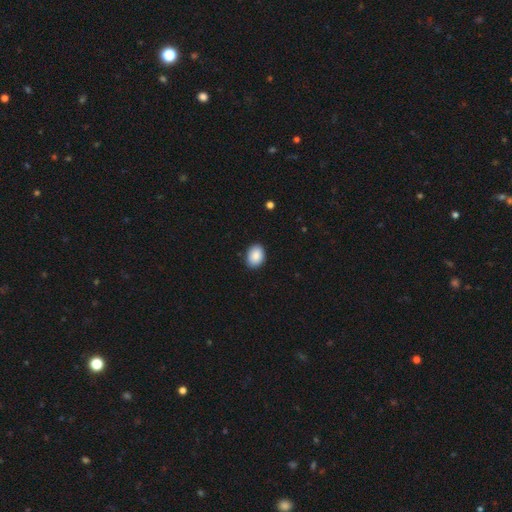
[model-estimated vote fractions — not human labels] A smooth galaxy with no disk features (89%) that is in between round and cigar-shaped (73%). Merging: none (89%).